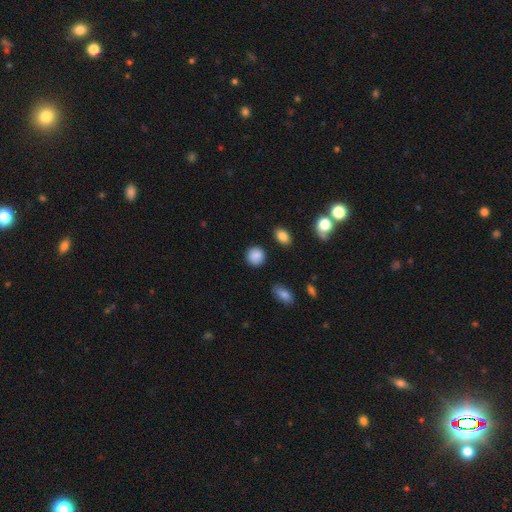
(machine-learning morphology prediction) This is clearly a smooth galaxy (87%). How rounded: clearly round (87%). Merging: clearly none (89%).